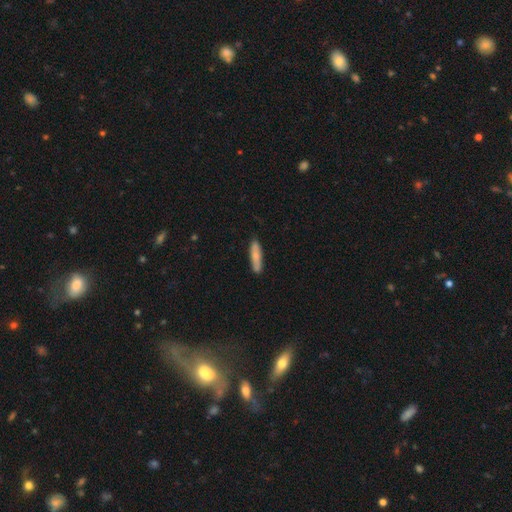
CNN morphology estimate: type=smooth (76%); roundness=cigar-shaped (79%); merging=none (85%).